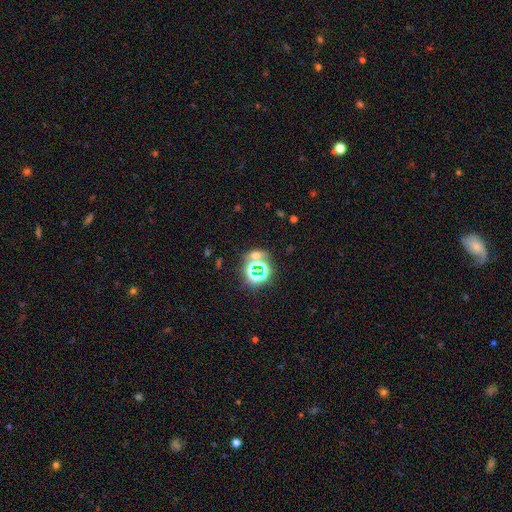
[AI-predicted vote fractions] smooth_or_featured: star or artifact (p=0.54) [alt: smooth p=0.34]